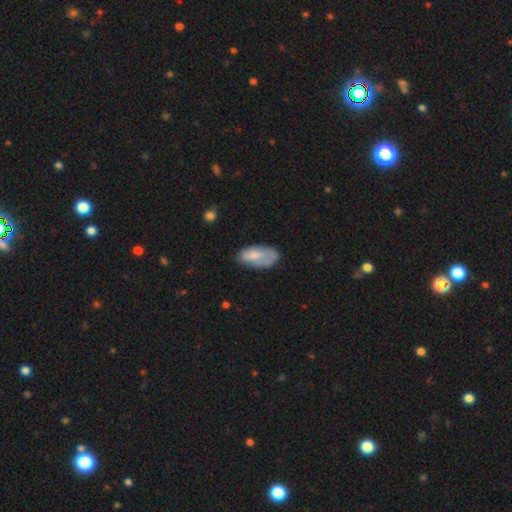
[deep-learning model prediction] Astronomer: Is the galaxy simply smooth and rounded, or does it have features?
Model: smooth — 70%.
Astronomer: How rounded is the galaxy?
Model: in between — 92%.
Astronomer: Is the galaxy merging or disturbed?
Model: none — 53% (runner-up: minor disturbance, 32%).